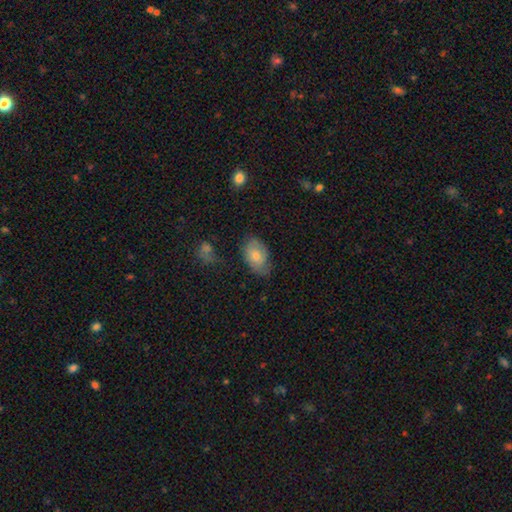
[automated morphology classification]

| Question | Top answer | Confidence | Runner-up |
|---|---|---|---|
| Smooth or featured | smooth | 62% | featured or disk (29%) |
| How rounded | in between | 88% | round (10%) |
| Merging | none | 65% | minor disturbance (26%) |